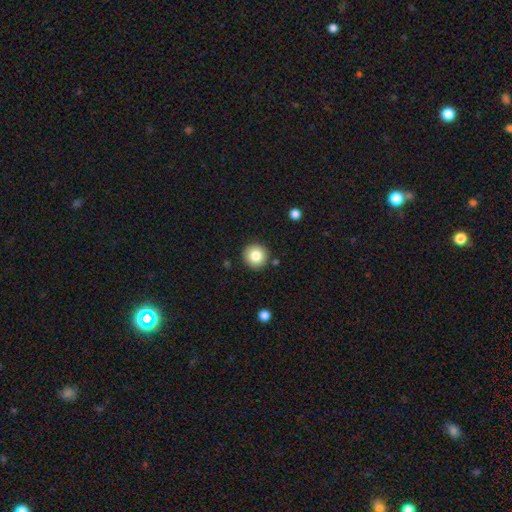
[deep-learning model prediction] This appears to be a smooth galaxy with no disk features (82%) that is round (95%). Merging: none (89%).